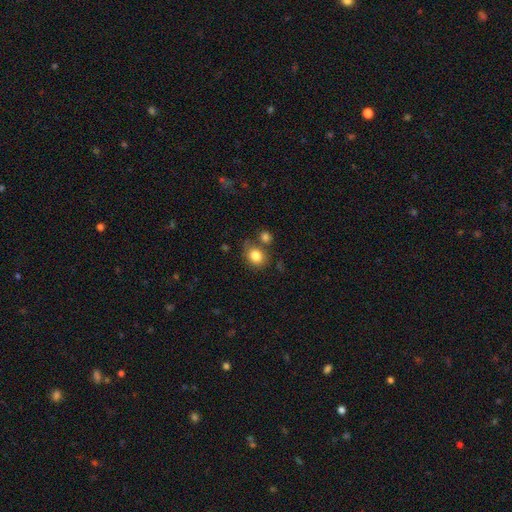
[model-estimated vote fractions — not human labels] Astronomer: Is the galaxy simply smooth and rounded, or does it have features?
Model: smooth — 83%.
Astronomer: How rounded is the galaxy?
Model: round — 67%.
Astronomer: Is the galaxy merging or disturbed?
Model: none — 67%.